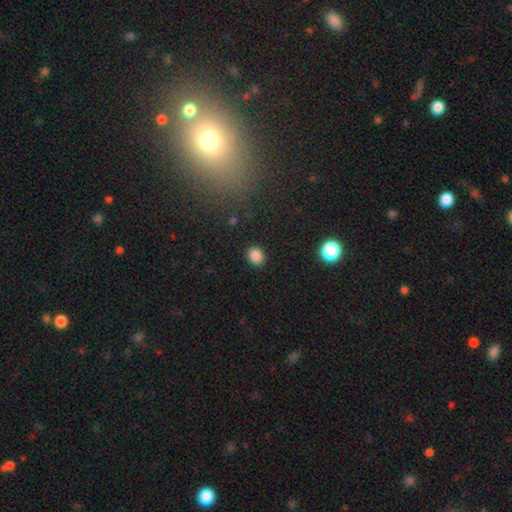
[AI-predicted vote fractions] Morphology: type=smooth (86%); roundness=in between (51%); merging=none (88%).